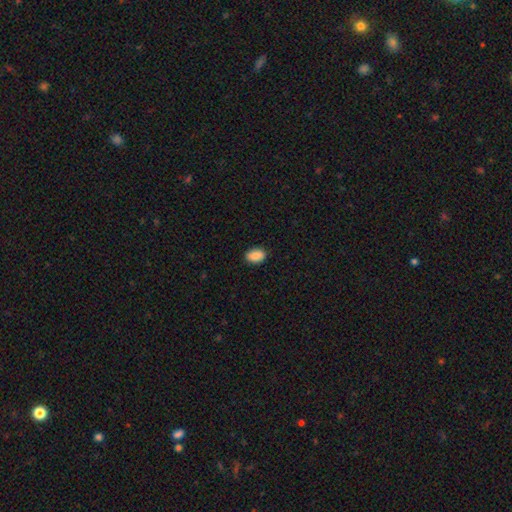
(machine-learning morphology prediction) smooth-or-featured: smooth: 89% | star or artifact: 7% | featured or disk: 4%
  how-rounded: in between: 87% | round: 12% | cigar-shaped: 1%
  merging: none: 88% | minor disturbance: 9% | major disturbance: 2% | merger: 1%